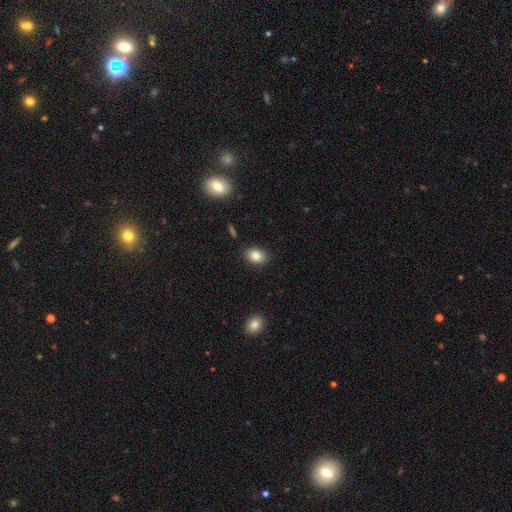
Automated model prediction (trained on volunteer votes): smooth 84%, star or artifact 9%, featured or disk 7%. Down the decision tree: how rounded — in between (77%); merging — none (88%).